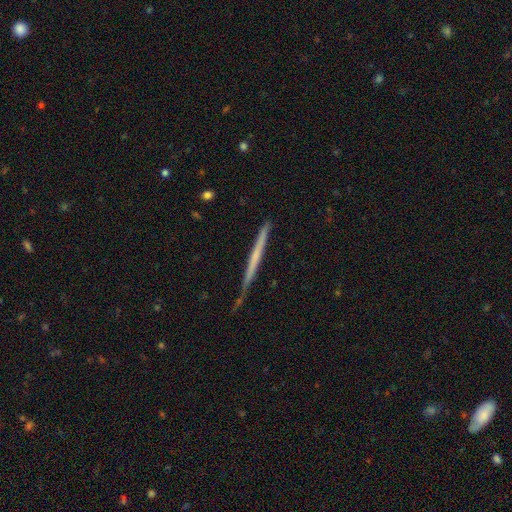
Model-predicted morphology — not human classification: This is possibly a featured or disk galaxy (55%). It is clearly viewed edge-on (97%). Edge-on bulge: clearly none (86%). Merging: likely none (78%).